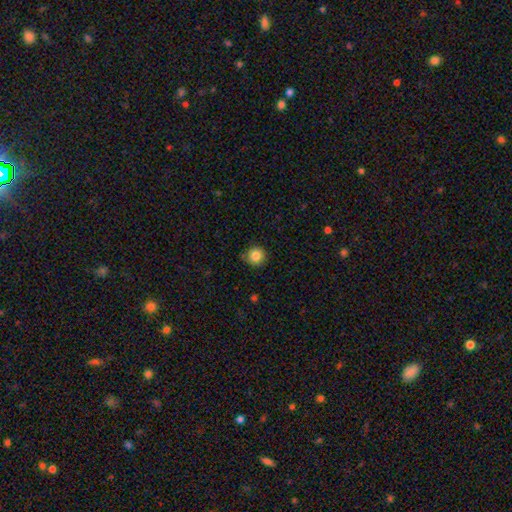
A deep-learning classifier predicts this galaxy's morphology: smooth-or-featured: smooth: 84% | star or artifact: 10% | featured or disk: 5%
  how-rounded: round: 94% | in between: 5% | cigar-shaped: 1%
  merging: none: 87% | minor disturbance: 10% | major disturbance: 2% | merger: 1%